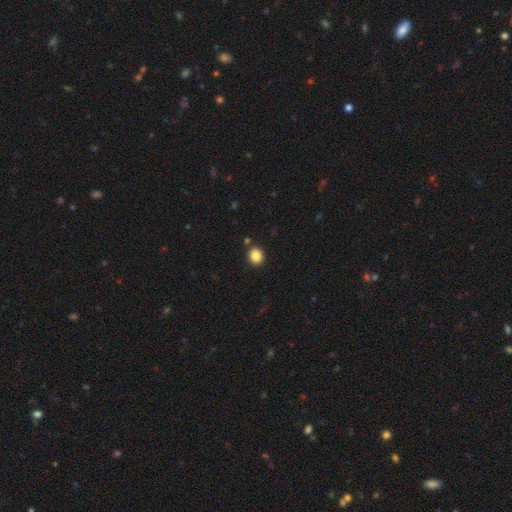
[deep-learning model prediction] Q: Smooth or featured?
A: smooth (86%); runner-up: star or artifact (9%)
Q: How rounded?
A: round (75%); runner-up: in between (24%)
Q: Merging?
A: none (87%); runner-up: minor disturbance (7%)